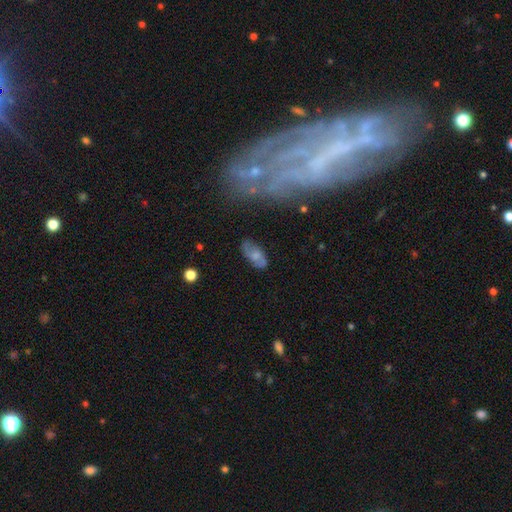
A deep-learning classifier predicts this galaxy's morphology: Smooth or featured?
  - smooth: 46% * (tied)
  - featured or disk: 46% * (tied)
  - star or artifact: 8%
Merging?
  - none: 72% *
  - minor disturbance: 20%
  - major disturbance: 6%
  - merger: 2%